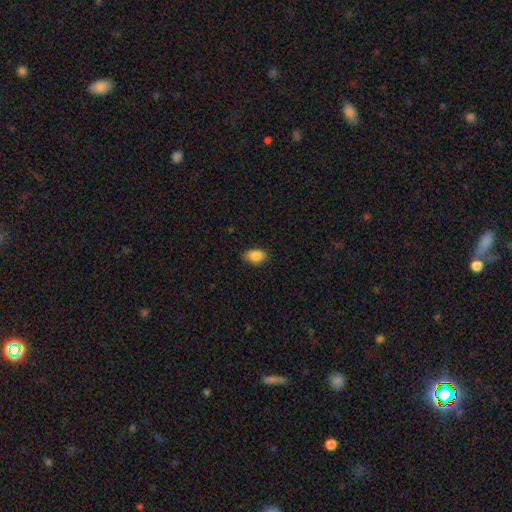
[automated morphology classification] type=smooth (87%); roundness=in between (88%); merging=none (85%).